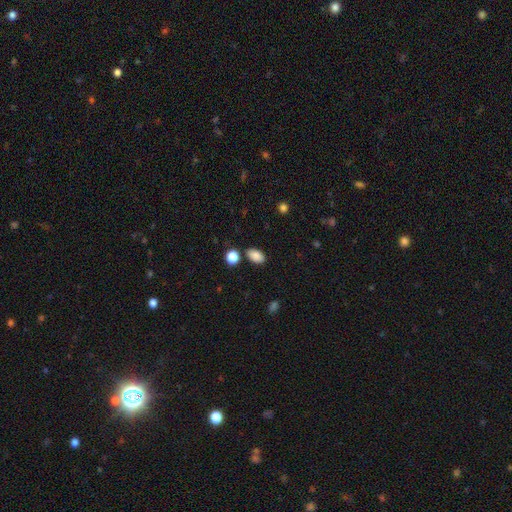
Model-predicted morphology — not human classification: This is clearly a smooth galaxy (87%). How rounded: clearly in between (90%). Merging: clearly none (81%).